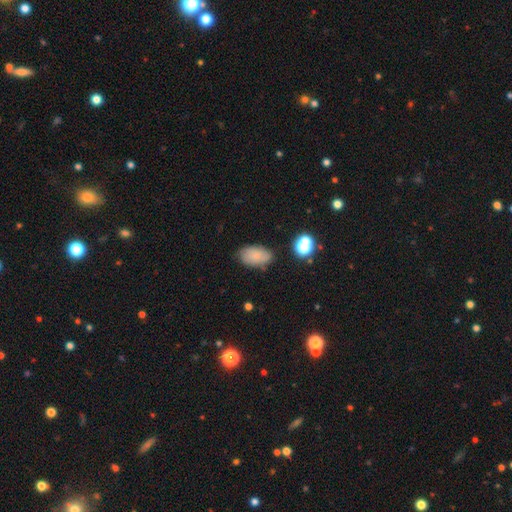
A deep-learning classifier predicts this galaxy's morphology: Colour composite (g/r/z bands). It shows a smooth galaxy with no disk features (77%) that is in between round and cigar-shaped (90%). Merging: none (73%).